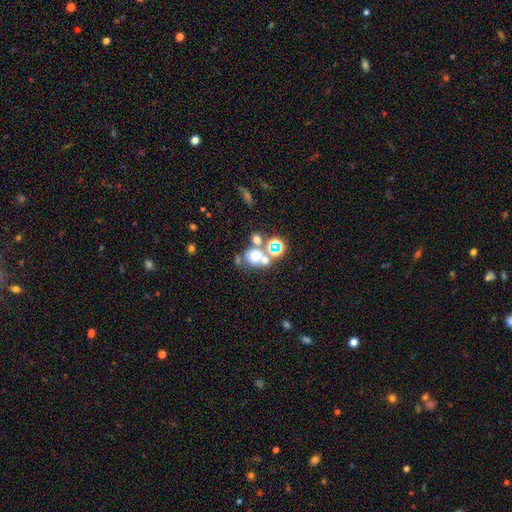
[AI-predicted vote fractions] Smooth or featured? Predicted: smooth (p=0.56). How rounded? Predicted: round (p=0.72). Merging? Predicted: merger (p=0.42, tied with none).